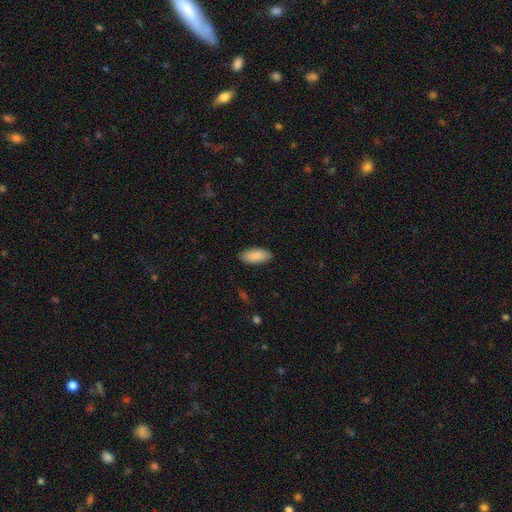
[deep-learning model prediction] A smooth galaxy with no disk features (89%) that is in between round and cigar-shaped (88%).

Vote fractions:
- Smooth or featured? smooth: 89% / star or artifact: 6% / featured or disk: 5%
- How rounded? in between: 88% / cigar-shaped: 10% / round: 2%
- Merging? none: 88% / minor disturbance: 9% / major disturbance: 2% / merger: 1%